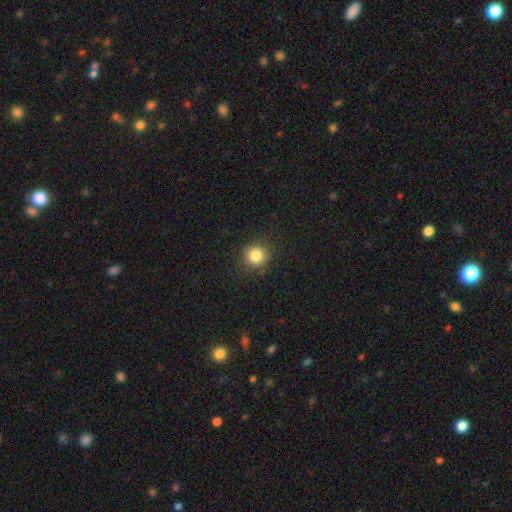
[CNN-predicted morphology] smooth 83%, star or artifact 11%, featured or disk 5%. Down the decision tree: how rounded — round (91%); merging — none (88%).